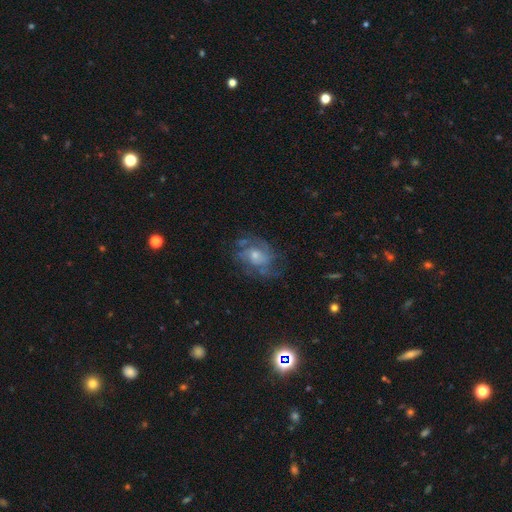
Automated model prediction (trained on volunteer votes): Q: Smooth or featured?
A: featured or disk (72%); runner-up: smooth (16%)
Q: Edge-on disk?
A: no (97%); runner-up: yes (3%)
Q: Bar?
A: no (68%); runner-up: weak (27%)
Q: Spiral arms?
A: yes (86%); runner-up: no (14%)
Q: Spiral winding?
A: medium (44%); runner-up: tight (41%)
Q: Spiral arm count?
A: can't tell (39%); runner-up: 2 (22%)
Q: Bulge size?
A: small (49%); runner-up: moderate (42%)
Q: Merging?
A: none (67%); runner-up: minor disturbance (18%)